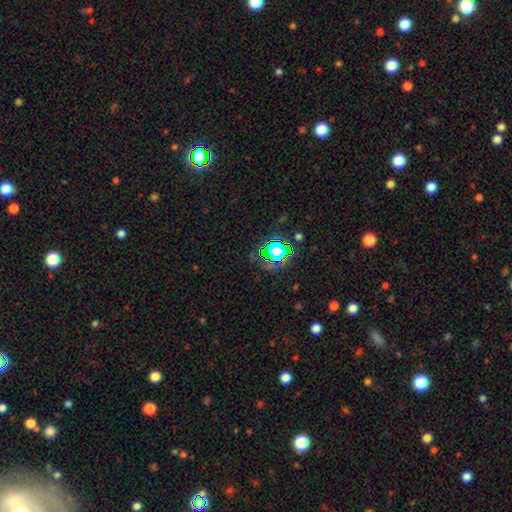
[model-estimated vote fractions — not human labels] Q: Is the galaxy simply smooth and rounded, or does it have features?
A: star or artifact — 73%.